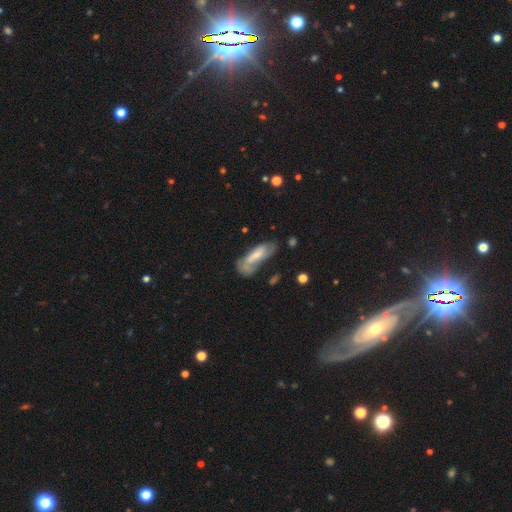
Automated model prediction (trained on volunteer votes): Smooth or featured: smooth — 51% (featured or disk — 43%)
How rounded: in between — 58% (cigar-shaped — 40%)
Merging: none — 43% (minor disturbance — 28%)